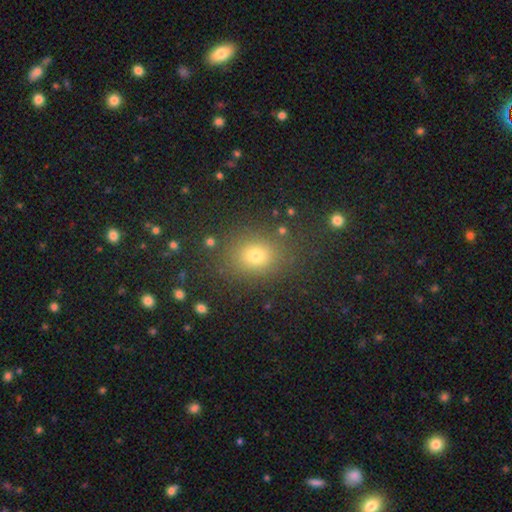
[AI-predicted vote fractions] Smooth or featured: smooth — 69% (star or artifact — 23%)
How rounded: round — 59% (in between — 40%)
Merging: none — 85% (minor disturbance — 9%)